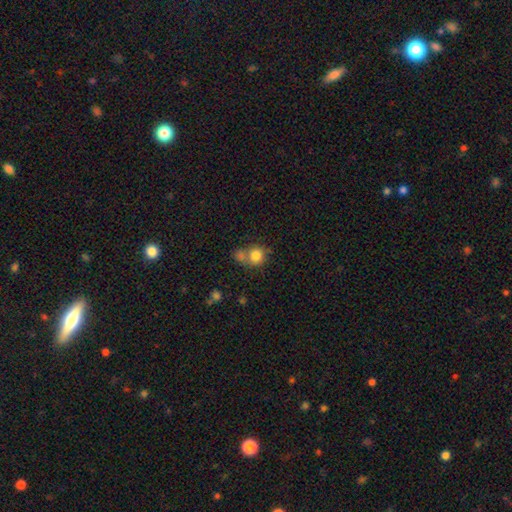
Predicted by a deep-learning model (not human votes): A smooth galaxy with no disk features (80%) that is round (82%). Merging: none (42%).